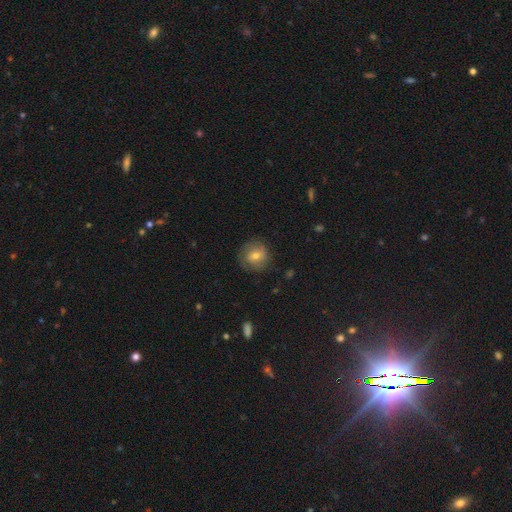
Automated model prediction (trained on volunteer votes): This appears to be a smooth galaxy with no disk features (61%) that is round (85%). Merging: none (79%).